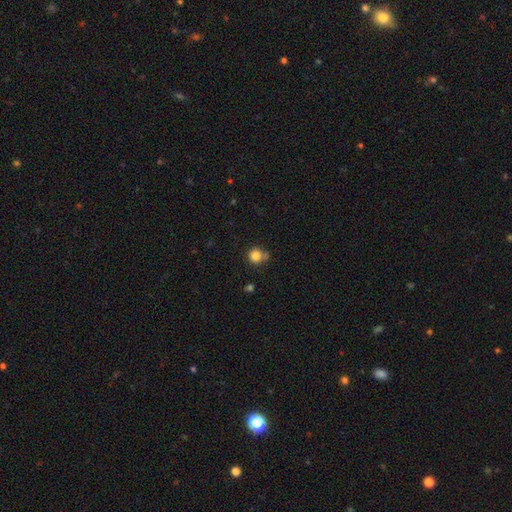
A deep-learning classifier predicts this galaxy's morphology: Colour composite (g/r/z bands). It shows a smooth galaxy with no disk features (83%) that is round (92%). Merging: none (69%).